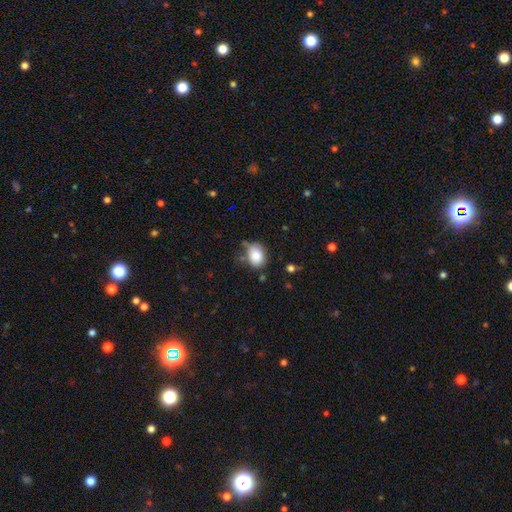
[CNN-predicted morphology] smooth 83%, star or artifact 9%, featured or disk 7%. Down the decision tree: how rounded — in between (60%); merging — none (59%).